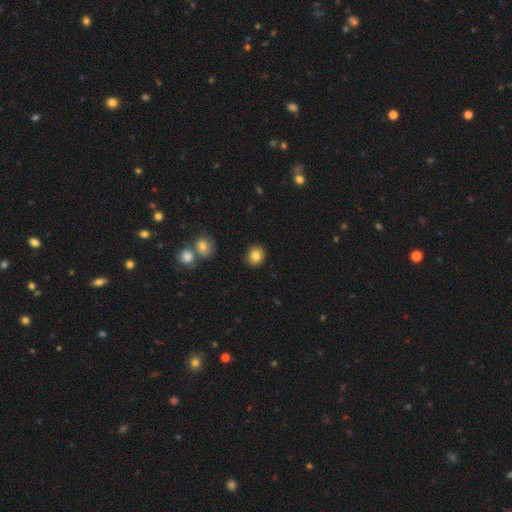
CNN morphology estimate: Overall: smooth (83%). How rounded: round (85%). Merging: none (90%).